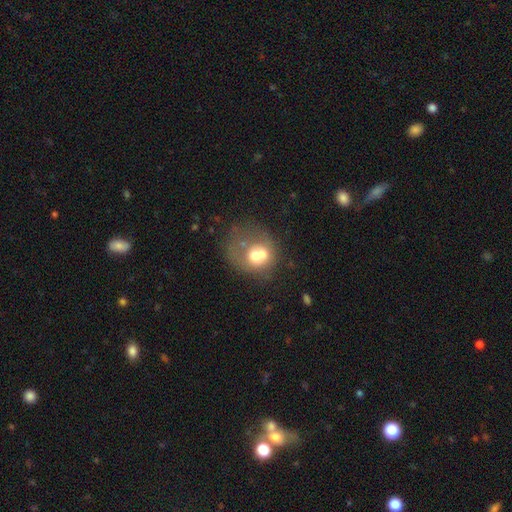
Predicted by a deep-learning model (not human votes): Morphology: type=smooth (56%); roundness=round (64%); merging=merger (52%).